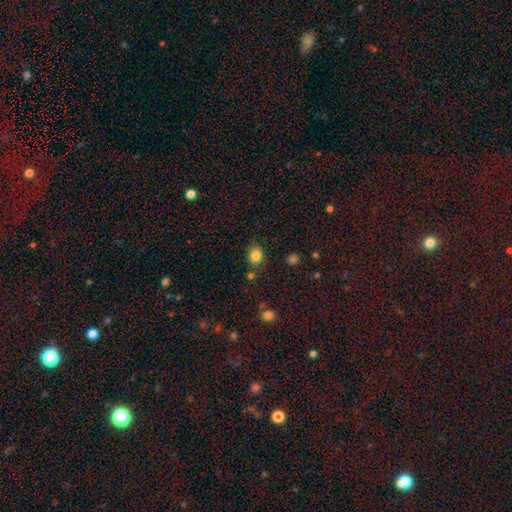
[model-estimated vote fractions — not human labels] A smooth galaxy with no disk features (84%) that is round (64%).

Vote fractions:
- Smooth or featured? smooth: 84% / star or artifact: 11% / featured or disk: 5%
- How rounded? round: 64% / in between: 35% / cigar-shaped: 1%
- Merging? none: 78% / minor disturbance: 14% / merger: 5% / major disturbance: 4%